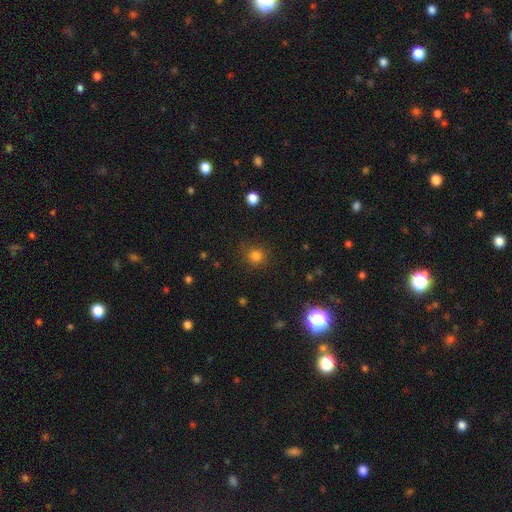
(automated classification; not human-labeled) Overall: smooth (81%). How rounded: round (86%). Merging: none (84%).